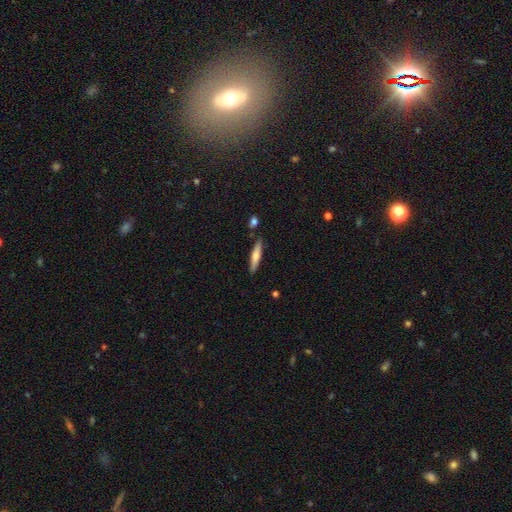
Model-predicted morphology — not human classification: Q: Smooth or featured?
A: smooth (61%); runner-up: featured or disk (34%)
Q: How rounded?
A: cigar-shaped (87%); runner-up: in between (11%)
Q: Merging?
A: none (86%); runner-up: minor disturbance (9%)